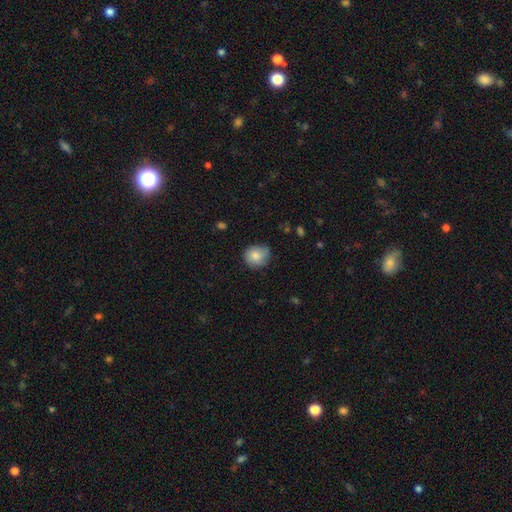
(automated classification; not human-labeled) smooth 83%, featured or disk 9%, star or artifact 8%. Down the decision tree: how rounded — round (76%); merging — none (70%).